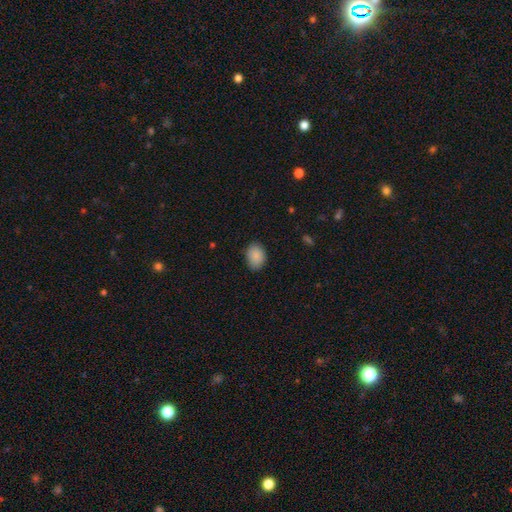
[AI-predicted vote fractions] Morphology: type=smooth (89%); roundness=in between (75%); merging=none (81%).